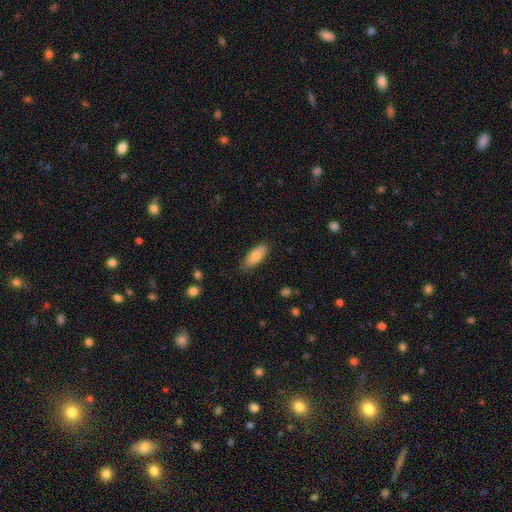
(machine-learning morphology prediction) Q: Smooth or featured?
A: smooth (81%); runner-up: featured or disk (13%)
Q: How rounded?
A: in between (79%); runner-up: cigar-shaped (19%)
Q: Merging?
A: none (81%); runner-up: minor disturbance (15%)